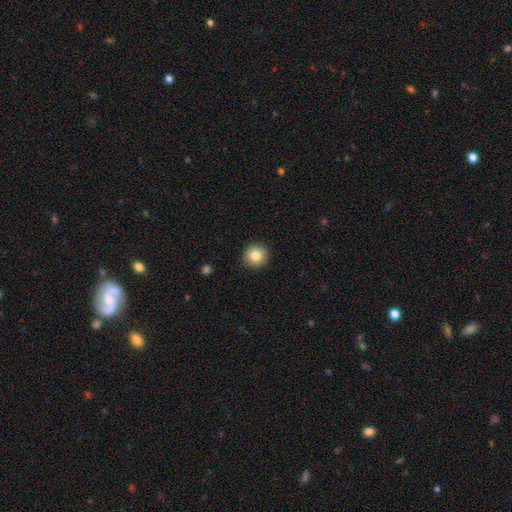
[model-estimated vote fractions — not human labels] Smooth or featured? Predicted: smooth (p=0.82). How rounded? Predicted: round (p=0.93). Merging? Predicted: none (p=0.92).